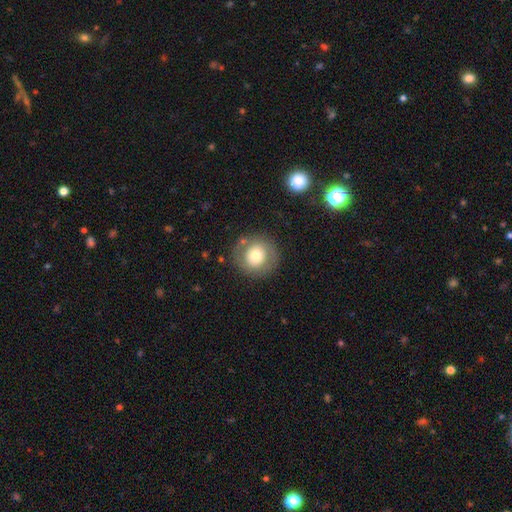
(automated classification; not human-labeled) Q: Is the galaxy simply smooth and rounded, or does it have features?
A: smooth — 63%.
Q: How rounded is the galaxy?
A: round — 92%.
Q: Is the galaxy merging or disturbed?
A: none — 82%.